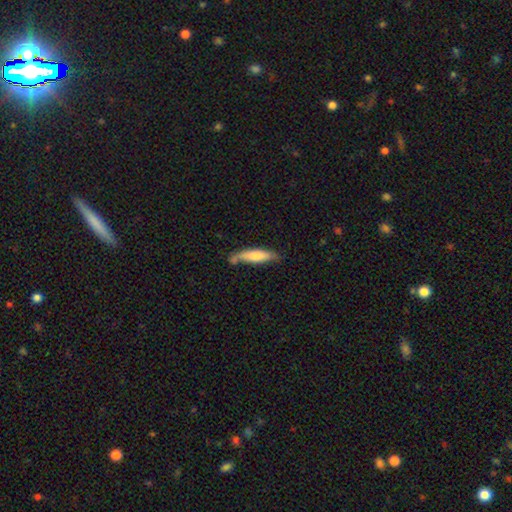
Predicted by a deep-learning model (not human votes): Smooth or featured: smooth — 67% (featured or disk — 28%)
How rounded: cigar-shaped — 78% (in between — 20%)
Merging: none — 58% (minor disturbance — 25%)